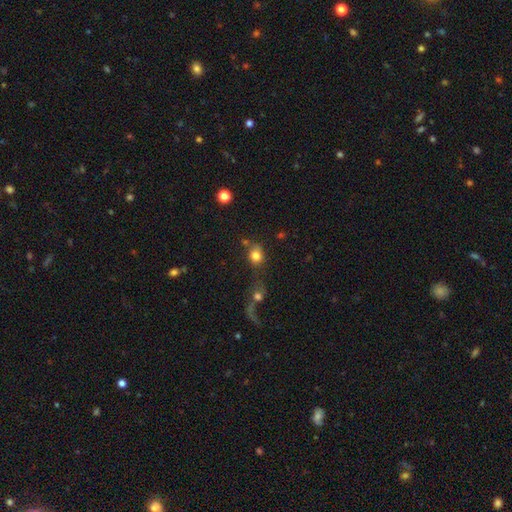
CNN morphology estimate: Overall: smooth (80%). How rounded: round (65%; in between 34%). Merging: none (49%; merger 25%).